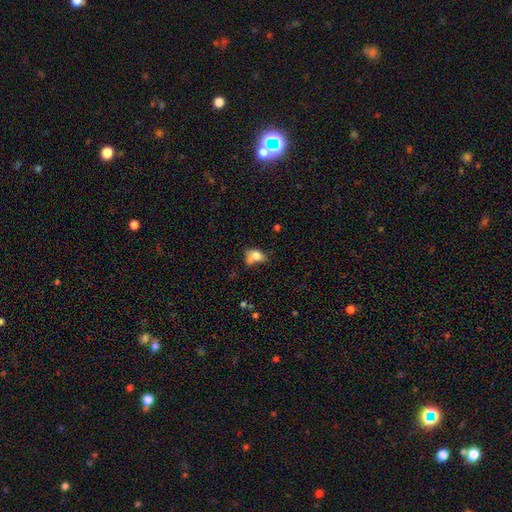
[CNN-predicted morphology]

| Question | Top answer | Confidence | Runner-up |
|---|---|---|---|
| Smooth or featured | smooth | 74% | featured or disk (15%) |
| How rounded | in between | 78% | round (19%) |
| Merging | none | 31% | tied: merger (31%) |